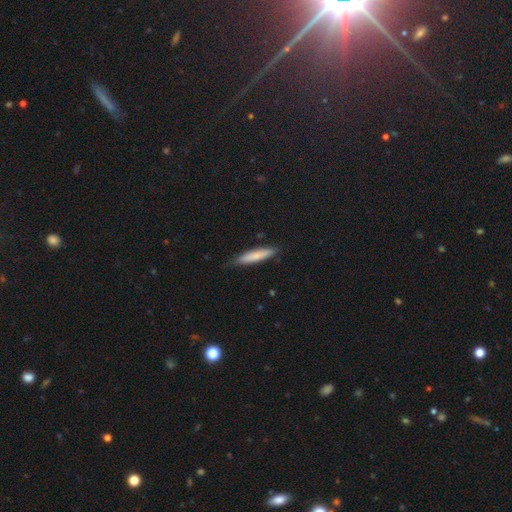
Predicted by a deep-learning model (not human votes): Smooth or featured: smooth — 76% (featured or disk — 18%)
How rounded: cigar-shaped — 87% (in between — 12%)
Merging: none — 80% (minor disturbance — 16%)